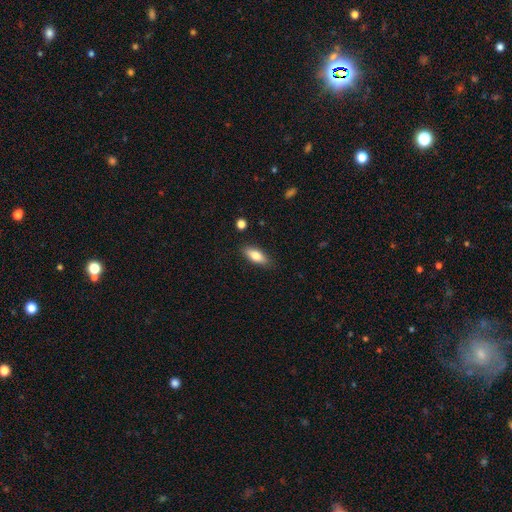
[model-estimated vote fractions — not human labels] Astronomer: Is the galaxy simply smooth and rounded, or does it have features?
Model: smooth — 78%.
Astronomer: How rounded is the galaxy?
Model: in between — 76%.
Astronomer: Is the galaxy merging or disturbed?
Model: none — 86%.